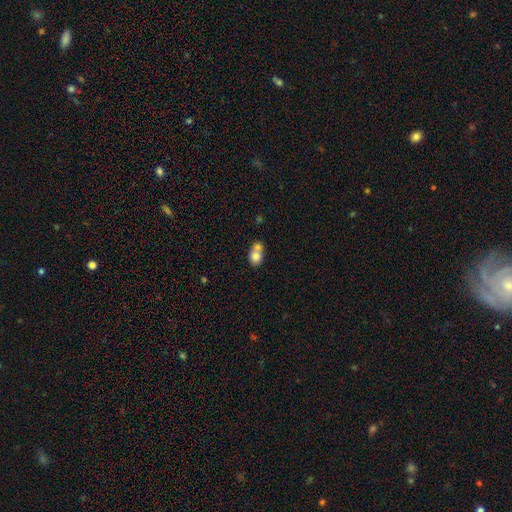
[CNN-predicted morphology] A smooth galaxy with no disk features (75%) that is round (55%).

Vote fractions:
- Smooth or featured? smooth: 75% / featured or disk: 16% / star or artifact: 9%
- How rounded? round: 55% / in between: 44% / cigar-shaped: 1%
- Merging? merger: 63% / none: 25% / minor disturbance: 8% / major disturbance: 4%